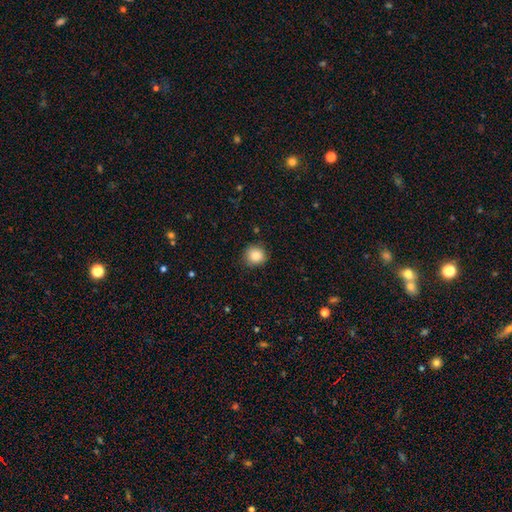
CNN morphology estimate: A smooth galaxy with no disk features (85%) that is round (89%). Merging: none (87%).